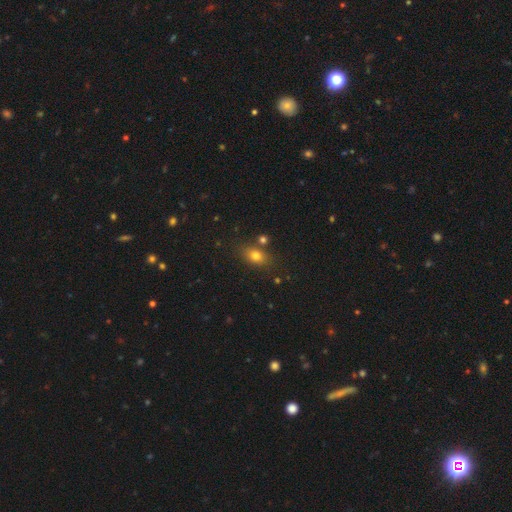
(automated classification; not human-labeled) A smooth galaxy with no disk features (78%) that is in between round and cigar-shaped (72%).

Vote fractions:
- Smooth or featured? smooth: 78% / star or artifact: 12% / featured or disk: 10%
- How rounded? in between: 72% / round: 24% / cigar-shaped: 3%
- Merging? none: 75% / minor disturbance: 13% / merger: 9% / major disturbance: 4%